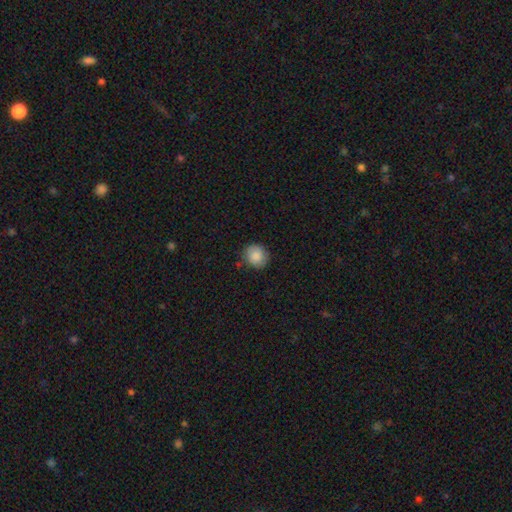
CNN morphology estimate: smooth-or-featured: smooth: 86% | star or artifact: 8% | featured or disk: 7%
  how-rounded: round: 81% | in between: 18% | cigar-shaped: 1%
  merging: none: 82% | minor disturbance: 14% | major disturbance: 3% | merger: 2%